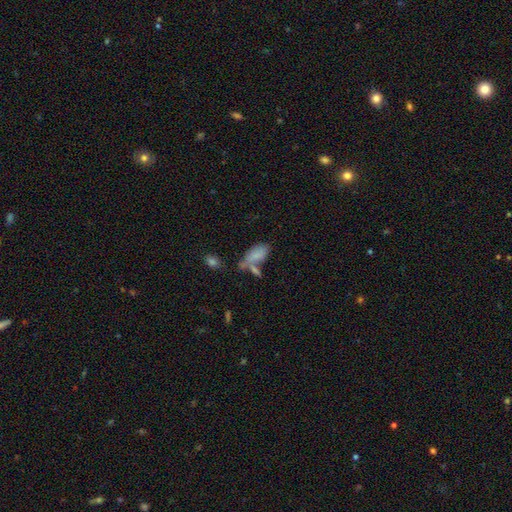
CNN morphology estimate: This appears to be a smooth galaxy with no disk features (75%) that is in between round and cigar-shaped (87%). Merging: merger (36%).